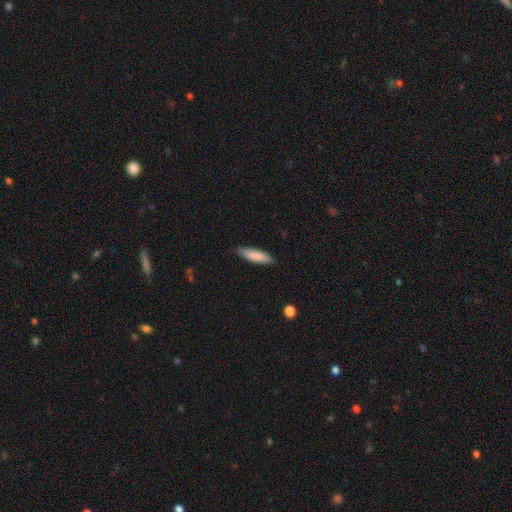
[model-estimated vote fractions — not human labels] Overall: smooth (86%). How rounded: cigar-shaped (69%; in between 30%). Merging: none (85%).